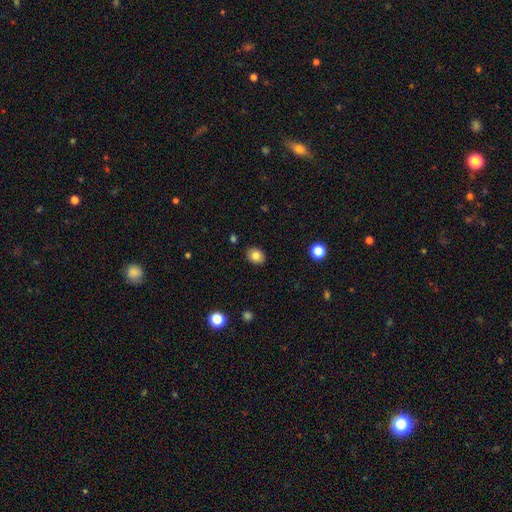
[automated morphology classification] smooth_or_featured: smooth (p=0.82) [alt: star or artifact p=0.10]
how_rounded: round (p=0.54) [alt: in between p=0.45]
merging: none (p=0.88) [alt: minor disturbance p=0.08]